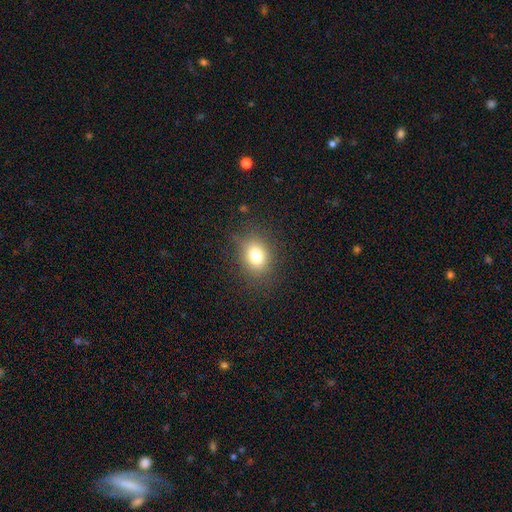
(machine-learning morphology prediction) type=smooth (77%); roundness=round (51%); merging=none (81%).